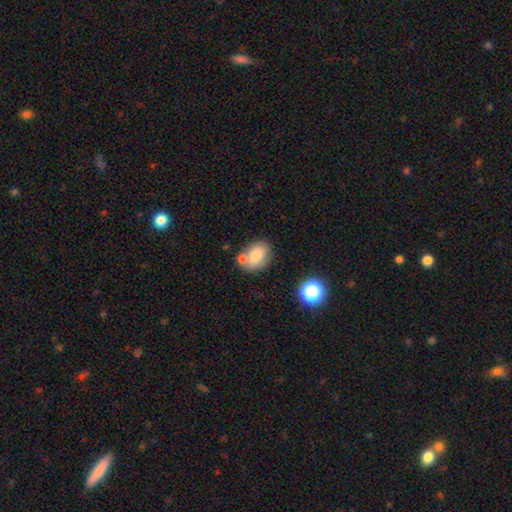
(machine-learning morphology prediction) The model was most divided on "how rounded": in between: 67%, round: 32%, cigar-shaped: 1%. More confident: smooth or featured — smooth (77%); merging — none (59%).